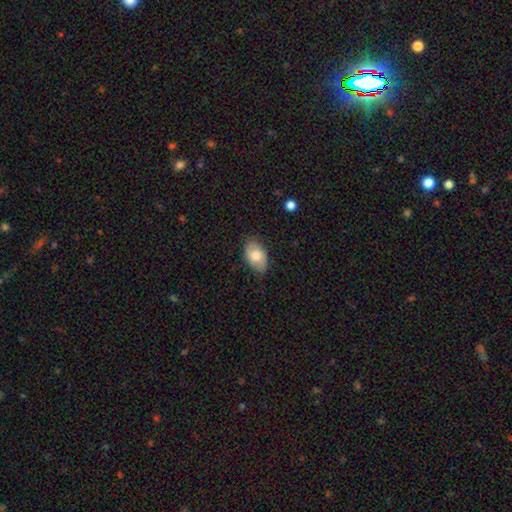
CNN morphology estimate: Smooth or featured? smooth (76%)
How rounded? in between (92%)
Merging? none (78%)